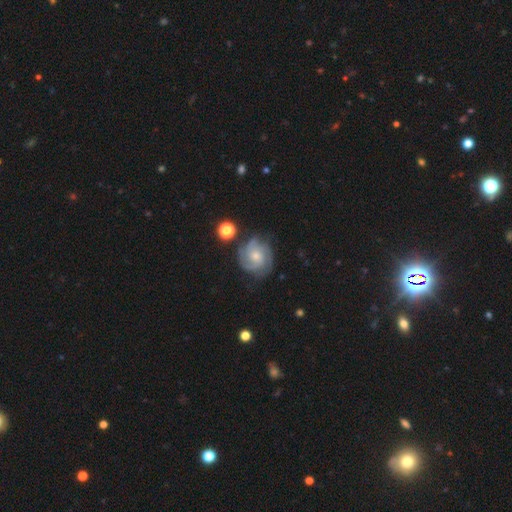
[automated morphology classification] A featured or disk galaxy (82%) with no bar (70%), 3 (47%) tight (59%) spiral arms (97%) and a small central bulge (52%).

Vote fractions:
- Smooth or featured? featured or disk: 82% / smooth: 12% / star or artifact: 6%
- Edge-on disk? no: 98% / yes: 2%
- Bar? no: 70% / weak: 26% / strong: 4%
- Spiral arms? yes: 97% / no: 3%
- Spiral winding? tight: 59% / medium: 35% / loose: 6%
- Spiral arm count? 3: 47% / 2: 18% / can't tell: 15% / 4: 11% / 1: 4% / more than 4: 4%
- Bulge size? small: 52% / moderate: 41% / none: 4% / large: 3% / dominant: 1%
- Merging? none: 73% / minor disturbance: 17% / major disturbance: 6% / merger: 4%